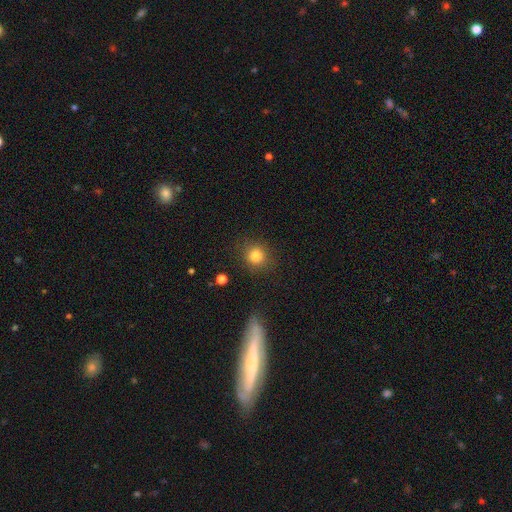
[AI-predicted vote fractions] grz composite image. It shows a smooth galaxy with no disk features (83%) that is round (87%). Merging: none (85%).